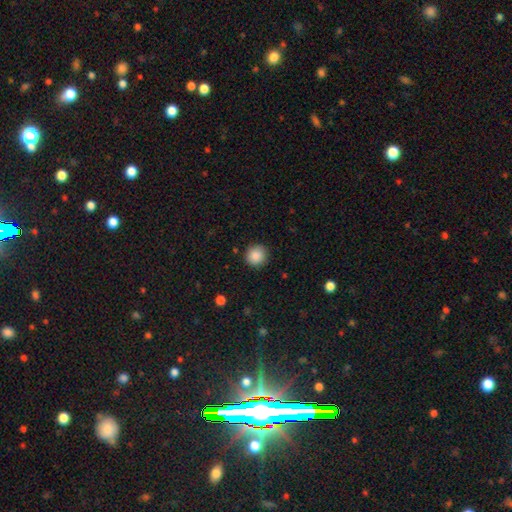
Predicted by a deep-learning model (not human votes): Smooth or featured: smooth — 88% (star or artifact — 9%)
How rounded: round — 93% (in between — 6%)
Merging: none — 90% (minor disturbance — 7%)